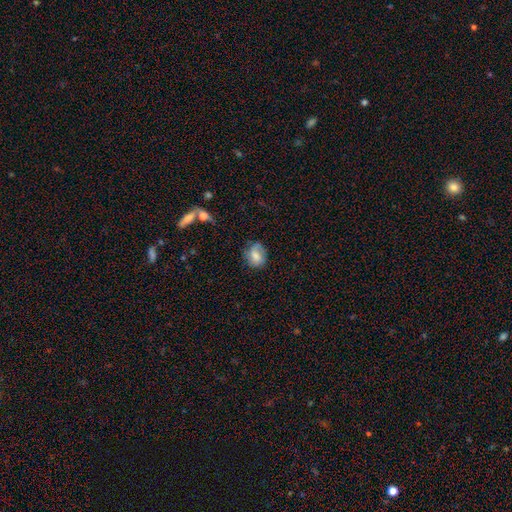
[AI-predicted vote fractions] Smooth or featured?
  - smooth: 67% *
  - featured or disk: 25%
  - star or artifact: 9%
How rounded?
  - round: 53% *
  - in between: 46%
  - cigar-shaped: 1%
Merging?
  - none: 60% *
  - minor disturbance: 28%
  - major disturbance: 10%
  - merger: 3%